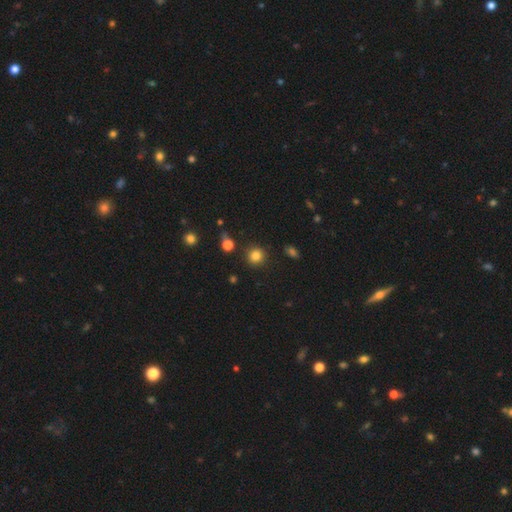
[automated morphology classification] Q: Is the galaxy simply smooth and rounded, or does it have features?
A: smooth — 83%.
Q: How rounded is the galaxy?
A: round — 91%.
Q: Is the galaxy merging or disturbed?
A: none — 88%.